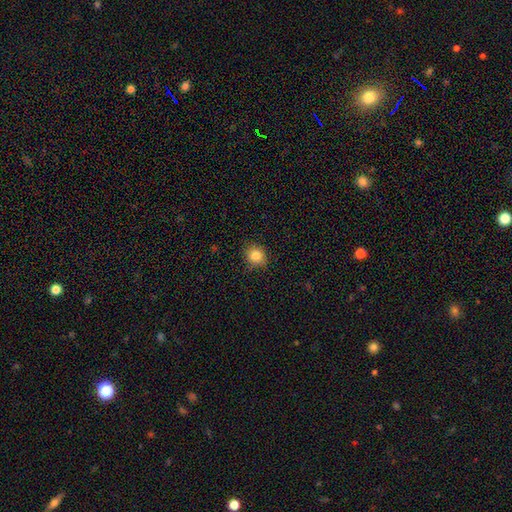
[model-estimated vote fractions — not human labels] Smooth or featured? smooth (84%)
How rounded? round (82%)
Merging? none (85%)